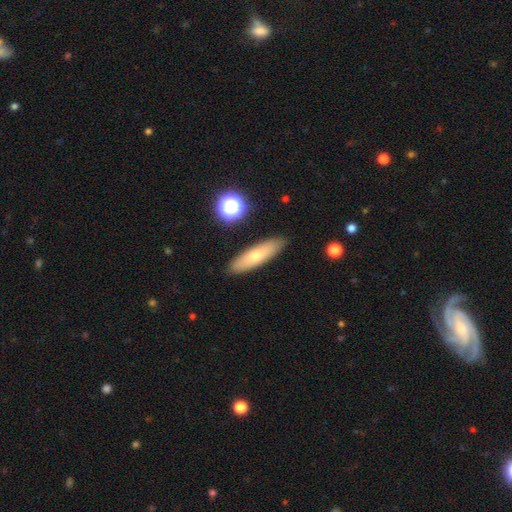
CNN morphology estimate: Overall: smooth (63%; featured or disk 29%). How rounded: cigar-shaped (66%; in between 31%). Merging: none (88%).